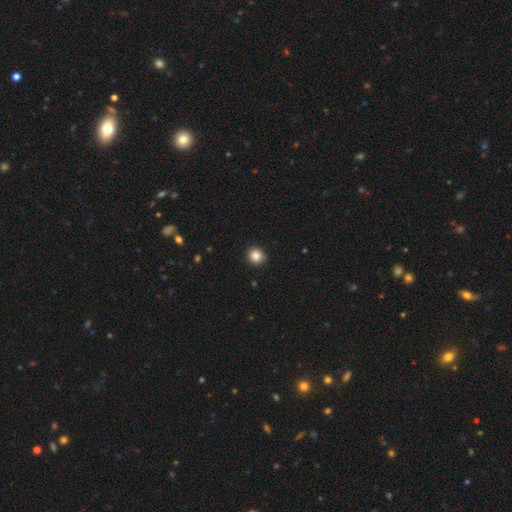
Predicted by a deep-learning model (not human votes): Smooth or featured? Predicted: smooth (p=0.86). How rounded? Predicted: round (p=0.92). Merging? Predicted: none (p=0.92).